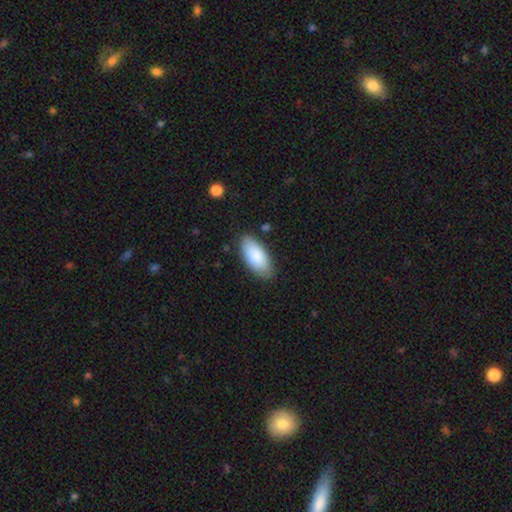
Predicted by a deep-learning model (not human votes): smooth_or_featured: smooth (p=0.87) [alt: featured or disk p=0.07]
how_rounded: in between (p=0.91) [alt: cigar-shaped p=0.07]
merging: none (p=0.81) [alt: minor disturbance p=0.14]